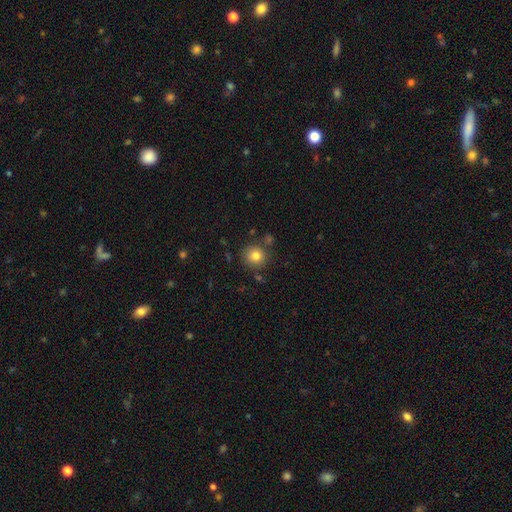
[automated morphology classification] Smooth or featured? Predicted: smooth (p=0.80). How rounded? Predicted: round (p=0.90). Merging? Predicted: none (p=0.81).